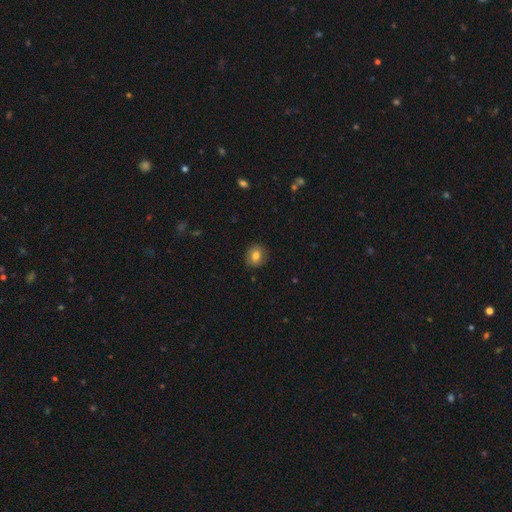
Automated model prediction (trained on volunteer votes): Smooth or featured? smooth (78%)
How rounded? round (80%)
Merging? none (88%)